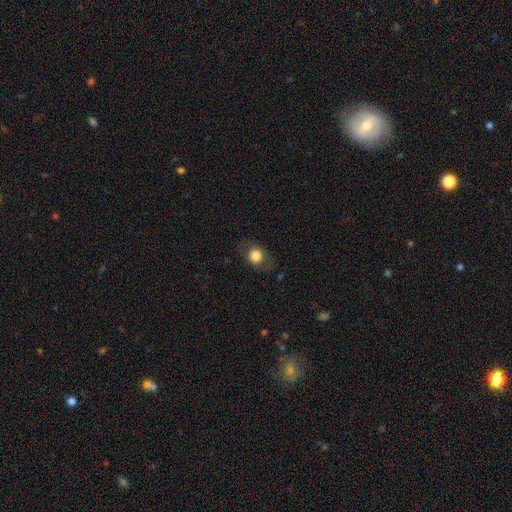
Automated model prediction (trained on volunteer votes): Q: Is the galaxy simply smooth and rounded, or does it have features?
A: smooth — 73%.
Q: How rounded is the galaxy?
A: round — 59%.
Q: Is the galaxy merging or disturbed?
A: none — 77%.